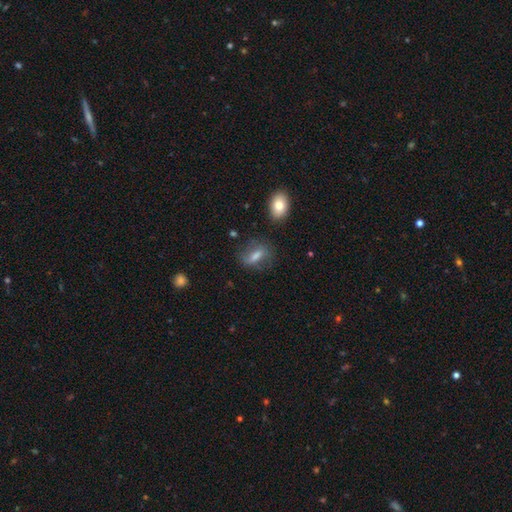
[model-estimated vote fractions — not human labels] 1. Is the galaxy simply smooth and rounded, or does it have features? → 55% smooth, 34% featured or disk, 11% star or artifact.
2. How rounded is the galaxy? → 68% in between, 18% cigar-shaped, 14% round.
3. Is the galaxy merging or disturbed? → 66% none, 20% minor disturbance, 11% major disturbance, 3% merger.